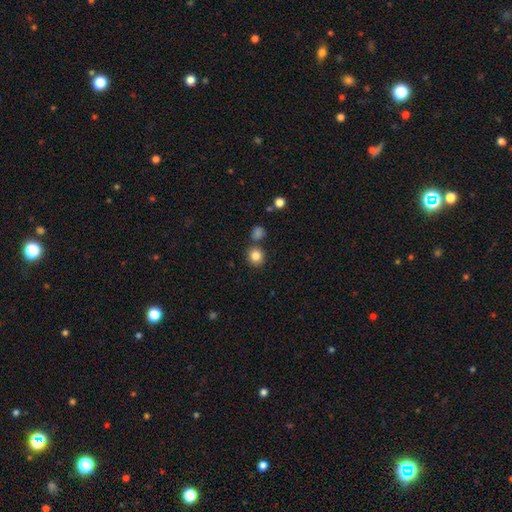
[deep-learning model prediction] smooth-or-featured: smooth: 84% | star or artifact: 11% | featured or disk: 5%
  how-rounded: round: 85% | in between: 14% | cigar-shaped: 1%
  merging: none: 79% | merger: 10% | minor disturbance: 9% | major disturbance: 3%